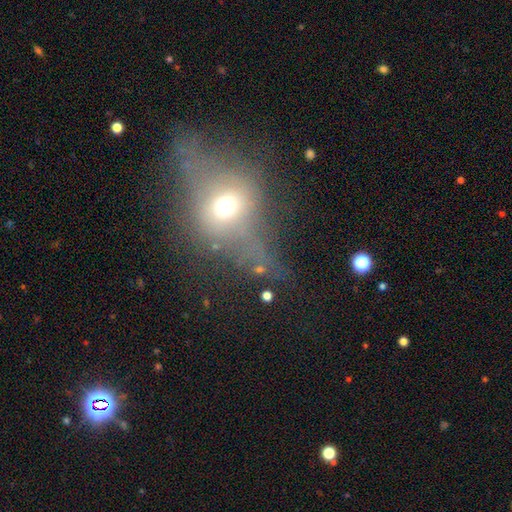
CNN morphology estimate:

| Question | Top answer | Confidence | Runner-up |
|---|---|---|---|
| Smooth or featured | featured or disk | 43% | smooth (33%) |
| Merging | none | 46% | major disturbance (27%) |